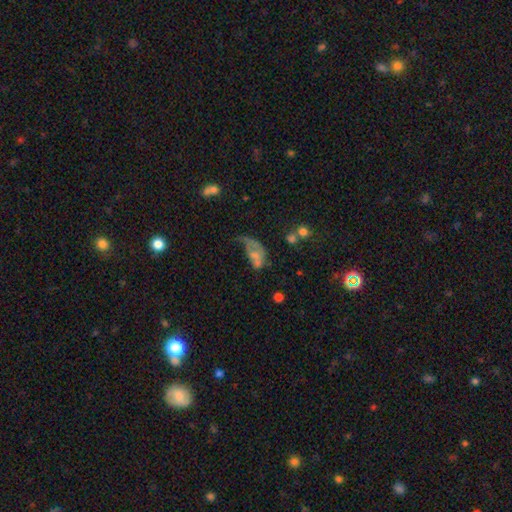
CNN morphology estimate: The model was most divided on "smooth or featured": smooth: 44%, featured or disk: 43%, star or artifact: 13%. Remaining: merging — major disturbance (50%).